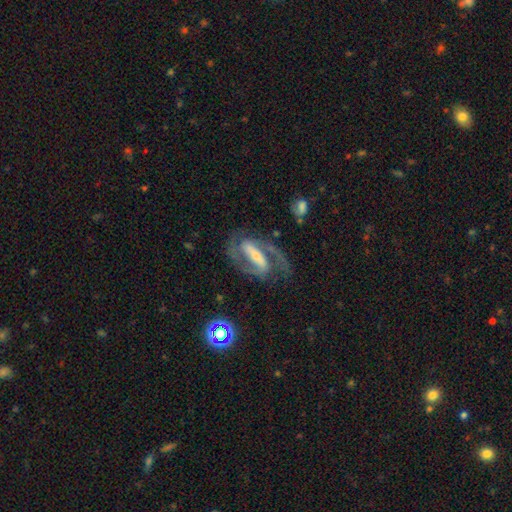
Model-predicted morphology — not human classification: Smooth or featured? Predicted: featured or disk (p=0.88). Edge-on disk? Predicted: no (p=0.94). Bar? Predicted: strong (p=0.70). Spiral arms? Predicted: yes (p=0.95). Spiral winding? Predicted: medium (p=0.56). Spiral arm count? Predicted: 2 (p=0.91). Bulge size? Predicted: small (p=0.53). Merging? Predicted: none (p=0.73).